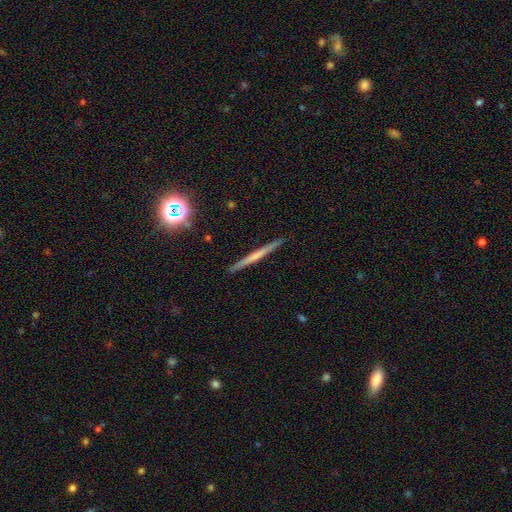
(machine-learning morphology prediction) featured or disk 50%, smooth 41%, star or artifact 9%. Down the decision tree: merging — none (92%).